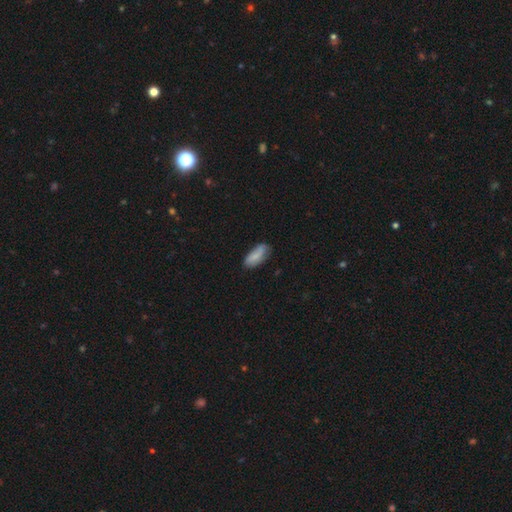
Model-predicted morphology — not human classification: smooth 75%, featured or disk 18%, star or artifact 7%. Down the decision tree: how rounded — in between (86%); merging — none (64%).